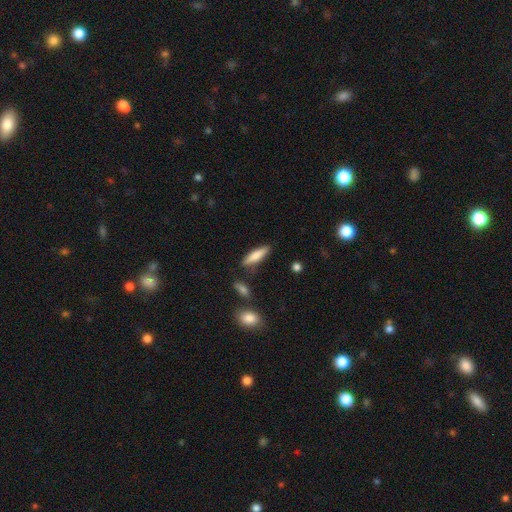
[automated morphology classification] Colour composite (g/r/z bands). It shows a smooth galaxy with no disk features (75%) that is cigar-shaped (68%). Merging: none (80%).